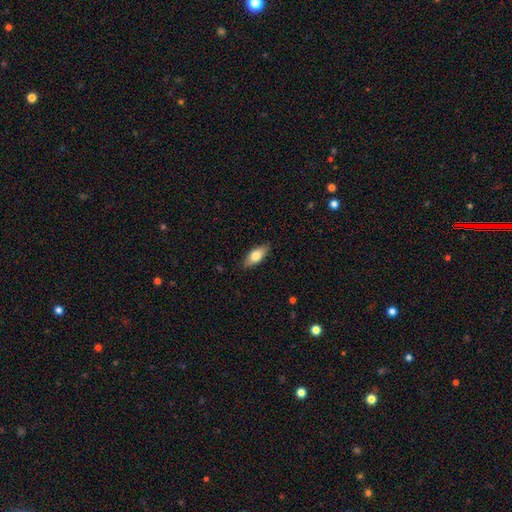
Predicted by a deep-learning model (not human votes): A smooth galaxy with no disk features (71%) that is in between round and cigar-shaped (82%).

Vote fractions:
- Smooth or featured? smooth: 71% / featured or disk: 23% / star or artifact: 6%
- How rounded? in between: 82% / cigar-shaped: 15% / round: 3%
- Merging? none: 86% / minor disturbance: 11% / major disturbance: 2% / merger: 1%